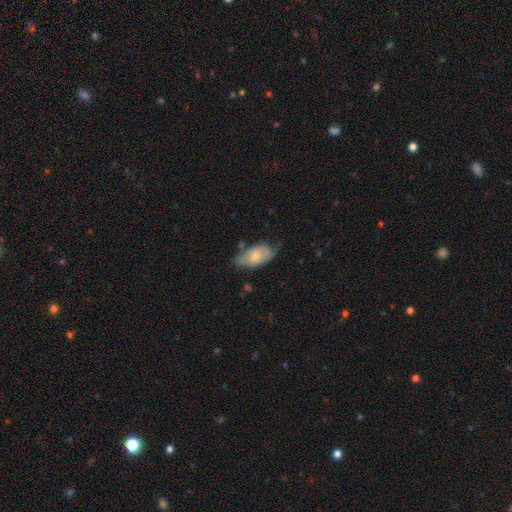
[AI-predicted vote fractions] This appears to be a smooth galaxy with no disk features (55%) that is in between round and cigar-shaped (92%). Merging: none (51%).